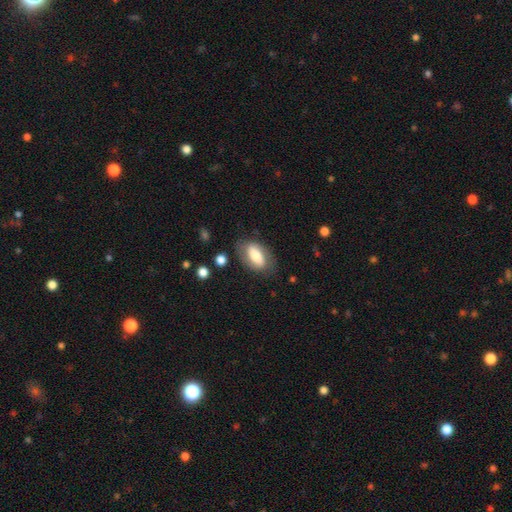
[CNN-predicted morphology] This is likely a smooth galaxy (61%). How rounded: clearly in between (89%). Merging: likely none (75%).